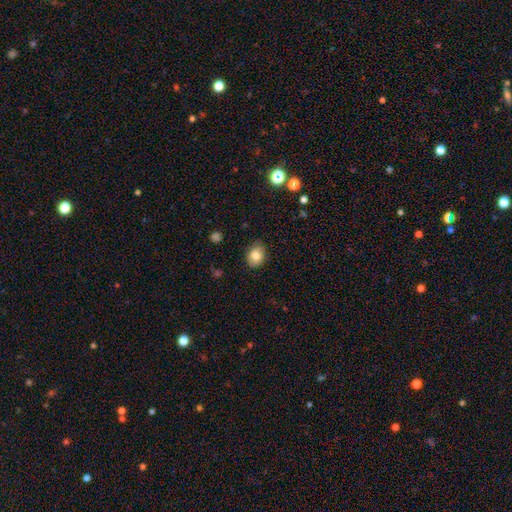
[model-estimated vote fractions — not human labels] This appears to be a smooth galaxy with no disk features (81%) that is in between round and cigar-shaped (70%). Merging: none (82%).